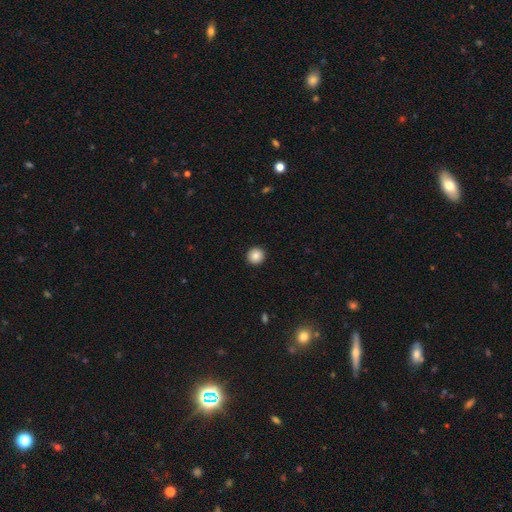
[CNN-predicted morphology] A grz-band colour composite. It shows a smooth galaxy with no disk features (87%) that is round (94%). Merging: none (93%).